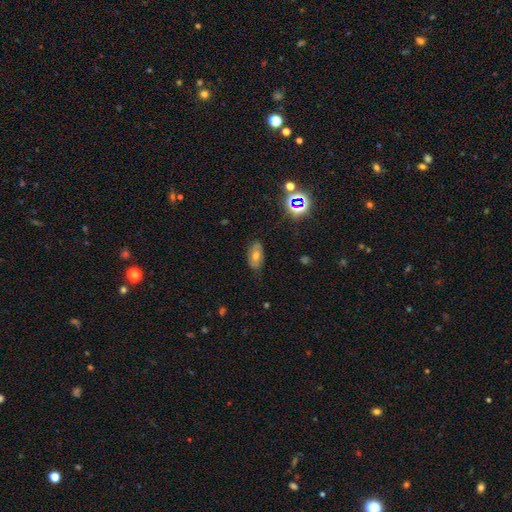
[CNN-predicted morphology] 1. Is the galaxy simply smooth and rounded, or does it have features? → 52% smooth, 29% featured or disk, 19% star or artifact.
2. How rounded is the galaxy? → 89% in between, 7% round, 4% cigar-shaped.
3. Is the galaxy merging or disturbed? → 78% none, 17% minor disturbance, 4% major disturbance, 1% merger.